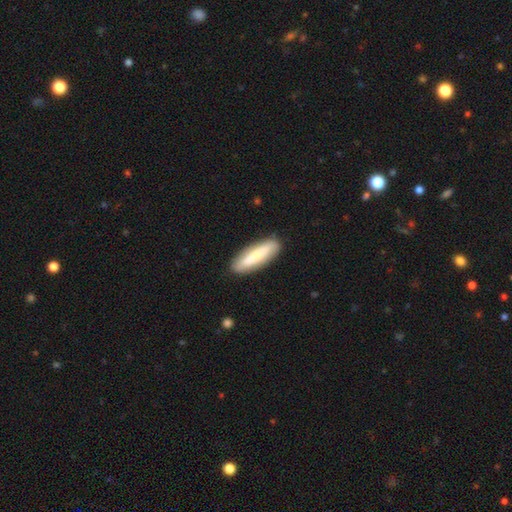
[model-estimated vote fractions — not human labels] smooth_or_featured: smooth (p=0.69) [alt: featured or disk p=0.25]
how_rounded: cigar-shaped (p=0.62) [alt: in between p=0.36]
merging: none (p=0.87) [alt: minor disturbance p=0.09]